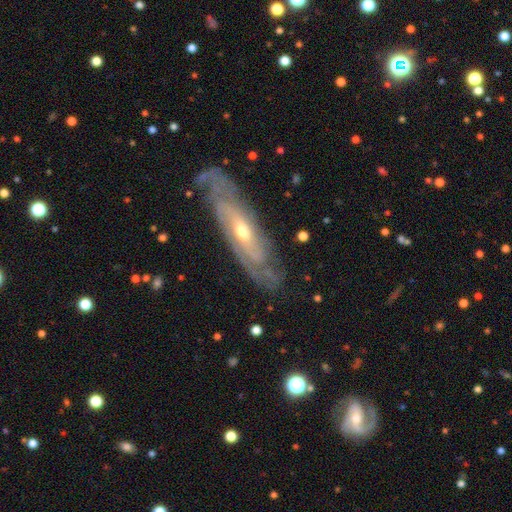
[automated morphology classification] This appears to be a featured or disk galaxy (85%) with no bar (60%), tight (64%) spiral arms (91%) and a moderate central bulge (49%). Merging: none (76%).